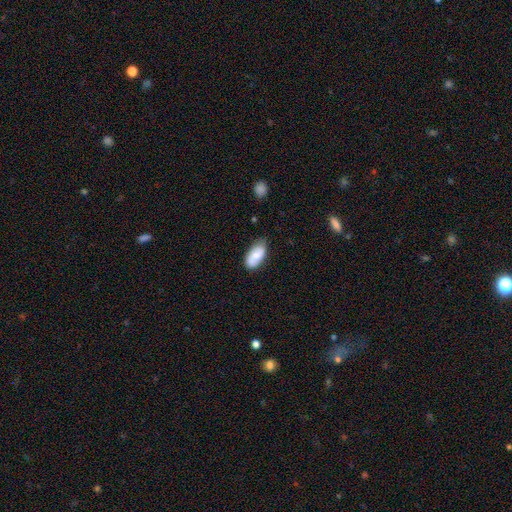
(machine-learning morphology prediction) smooth_or_featured: smooth (p=0.73) [alt: featured or disk p=0.20]
how_rounded: in between (p=0.92) [alt: cigar-shaped p=0.05]
merging: none (p=0.71) [alt: minor disturbance p=0.23]